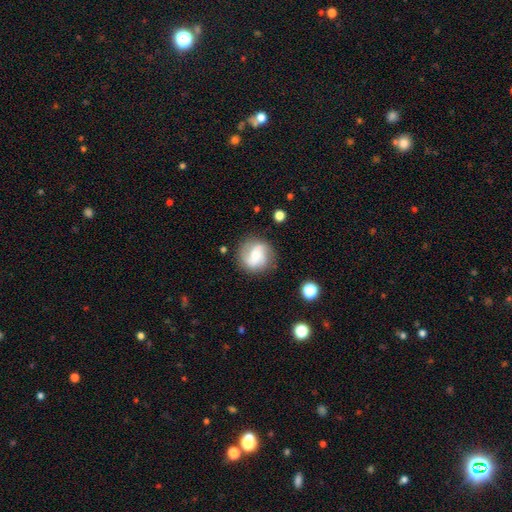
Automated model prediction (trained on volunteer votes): featured or disk 54%, smooth 38%, star or artifact 8%. Down the decision tree: edge-on disk — no (97%); bar — weak (43%); spiral arms — yes (86%); bulge size — moderate (46%); merging — none (79%).